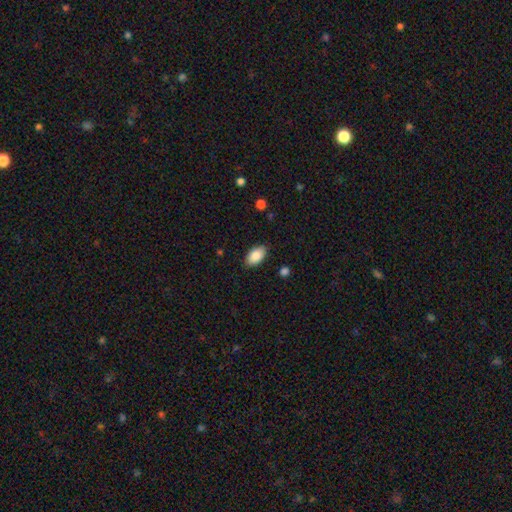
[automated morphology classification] Smooth or featured? smooth (88%)
How rounded? in between (94%)
Merging? none (87%)